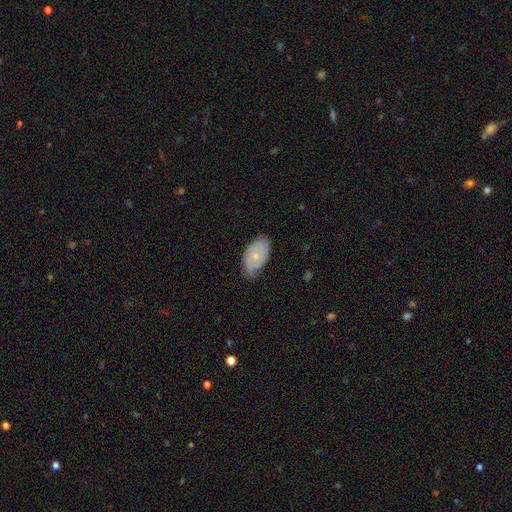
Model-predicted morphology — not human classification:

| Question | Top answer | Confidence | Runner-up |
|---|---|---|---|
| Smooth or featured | featured or disk | 58% | smooth (35%) |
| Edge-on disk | no | 94% | yes (6%) |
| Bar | no | 79% | weak (18%) |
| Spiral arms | yes | 81% | no (19%) |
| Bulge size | small | 62% | moderate (33%) |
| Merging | none | 65% | minor disturbance (28%) |